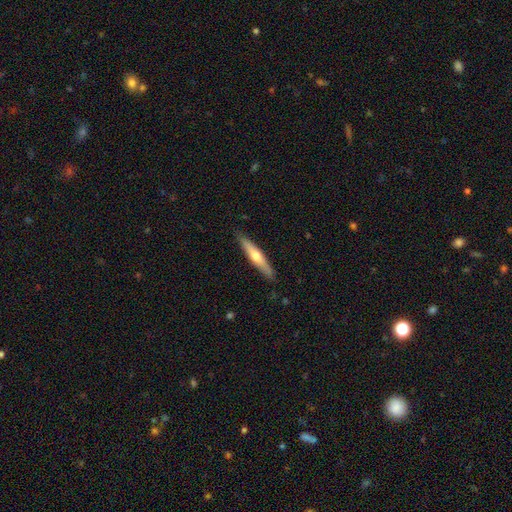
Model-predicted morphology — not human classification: Smooth or featured?
  - smooth: 48% *
  - featured or disk: 47%
  - star or artifact: 5%
Merging?
  - none: 88% *
  - minor disturbance: 10%
  - major disturbance: 2%
  - merger: 1%